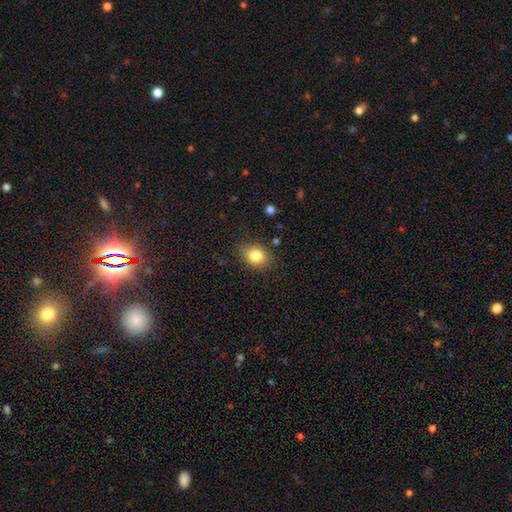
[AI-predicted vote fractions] A smooth galaxy with no disk features (83%) that is in between round and cigar-shaped (57%). Merging: none (82%).